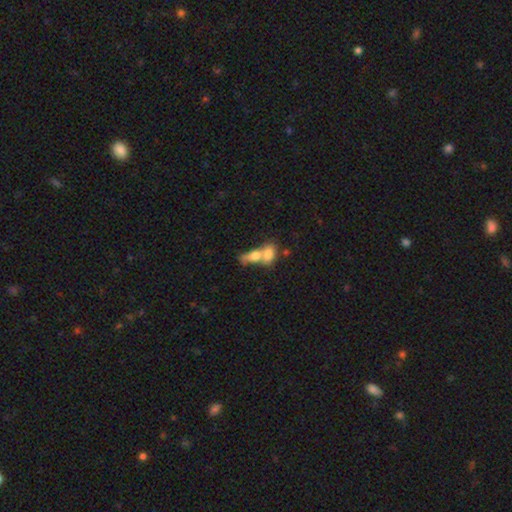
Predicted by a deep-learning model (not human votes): smooth_or_featured: smooth (p=0.70) [alt: featured or disk p=0.21]
how_rounded: in between (p=0.75) [alt: round p=0.14]
merging: merger (p=0.75) [alt: none p=0.15]